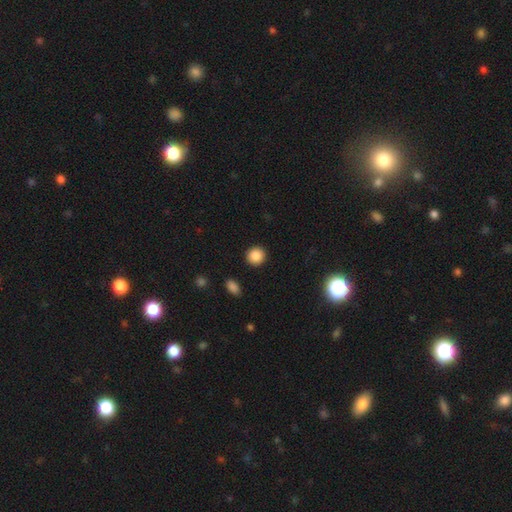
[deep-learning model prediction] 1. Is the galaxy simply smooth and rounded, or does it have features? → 87% smooth, 9% star or artifact, 4% featured or disk.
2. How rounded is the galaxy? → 91% round, 8% in between, 1% cigar-shaped.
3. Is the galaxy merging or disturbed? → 92% none, 5% minor disturbance, 2% major disturbance, 1% merger.